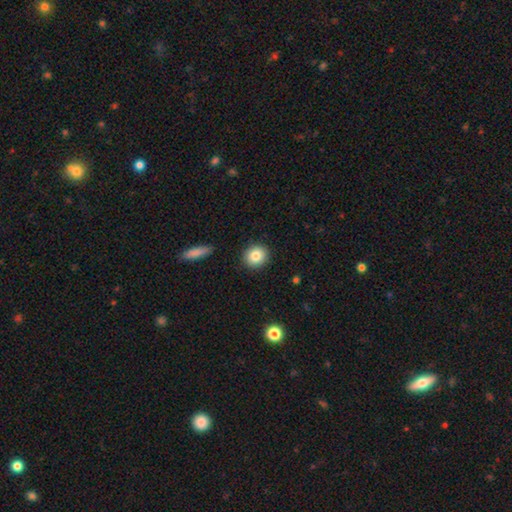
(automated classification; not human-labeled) smooth-or-featured: smooth: 84% | star or artifact: 9% | featured or disk: 8%
  how-rounded: round: 86% | in between: 13% | cigar-shaped: 1%
  merging: none: 91% | minor disturbance: 6% | major disturbance: 2% | merger: 1%